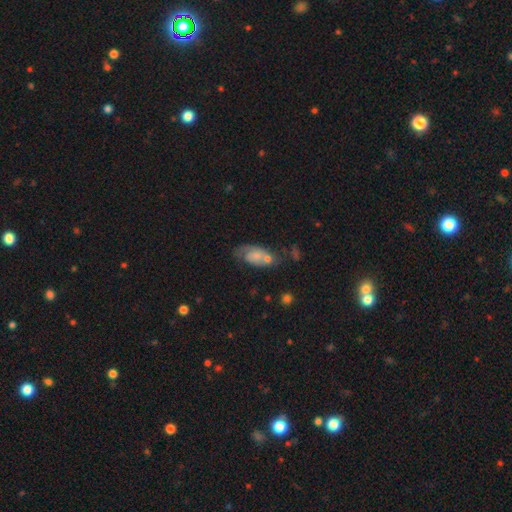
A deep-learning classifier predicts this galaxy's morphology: This appears to be a featured or disk galaxy (48%). Merging: none (39%).